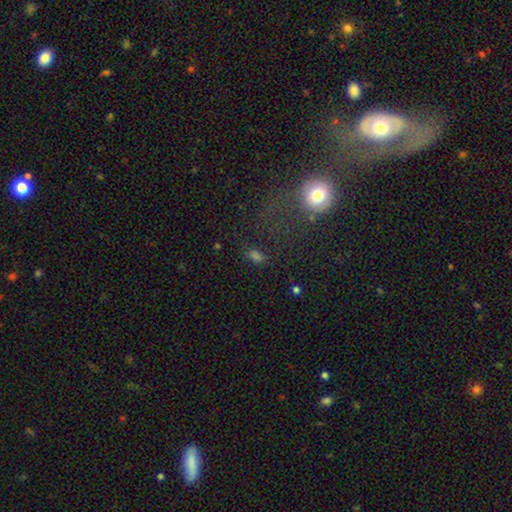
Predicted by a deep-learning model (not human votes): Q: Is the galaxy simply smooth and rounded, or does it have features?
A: smooth — 66%.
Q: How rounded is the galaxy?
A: in between — 70%.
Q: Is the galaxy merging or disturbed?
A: none — 64%.